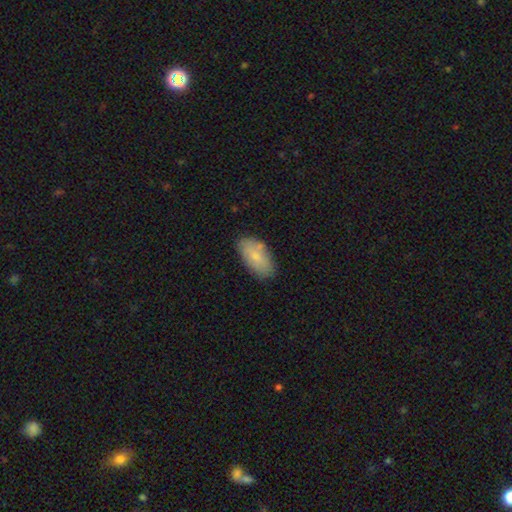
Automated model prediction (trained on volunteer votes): This is likely a smooth galaxy (76%). How rounded: clearly in between (93%). Merging: likely none (77%).